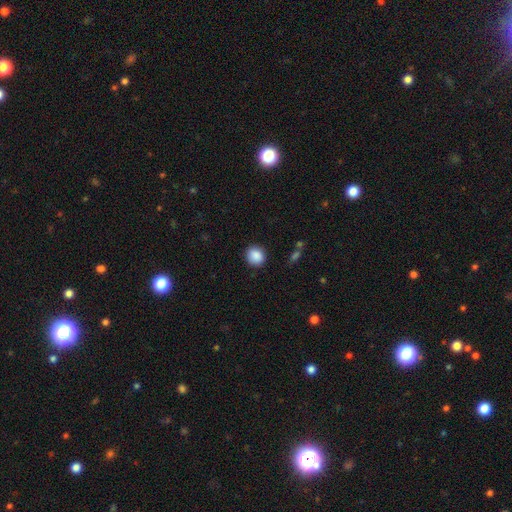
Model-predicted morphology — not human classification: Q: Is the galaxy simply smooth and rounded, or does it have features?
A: smooth — 88%.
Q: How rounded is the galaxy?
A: round — 80%.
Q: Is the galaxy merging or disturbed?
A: none — 88%.